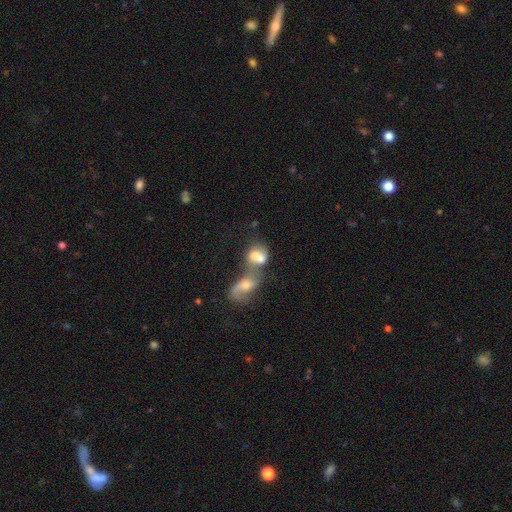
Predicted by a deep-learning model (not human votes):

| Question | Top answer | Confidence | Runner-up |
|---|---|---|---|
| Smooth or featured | smooth | 56% | featured or disk (33%) |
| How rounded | in between | 70% | round (26%) |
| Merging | merger | 76% | none (11%) |